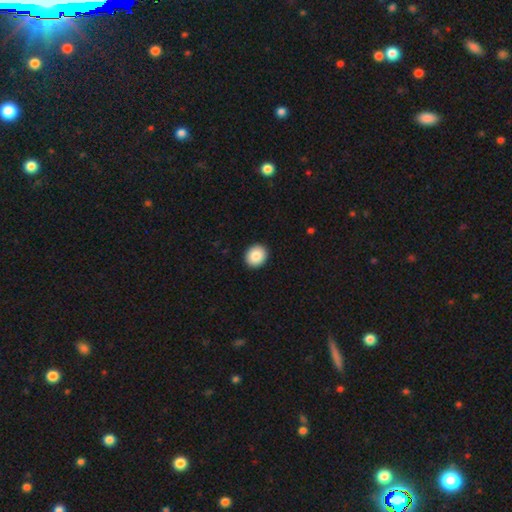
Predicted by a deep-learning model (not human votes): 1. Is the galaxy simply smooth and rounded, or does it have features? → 87% smooth, 8% star or artifact, 5% featured or disk.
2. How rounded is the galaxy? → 70% round, 30% in between, 1% cigar-shaped.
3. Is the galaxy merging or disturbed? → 92% none, 5% minor disturbance, 1% major disturbance, 1% merger.